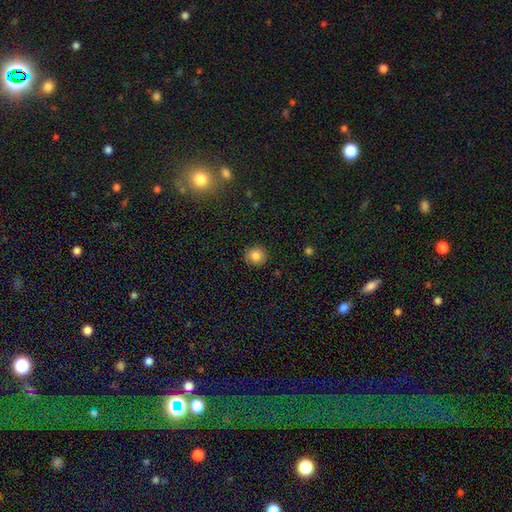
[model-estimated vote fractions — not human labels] The model was most divided on "smooth or featured": smooth: 84%, star or artifact: 10%, featured or disk: 6%. More confident: how rounded — round (91%); merging — none (91%).